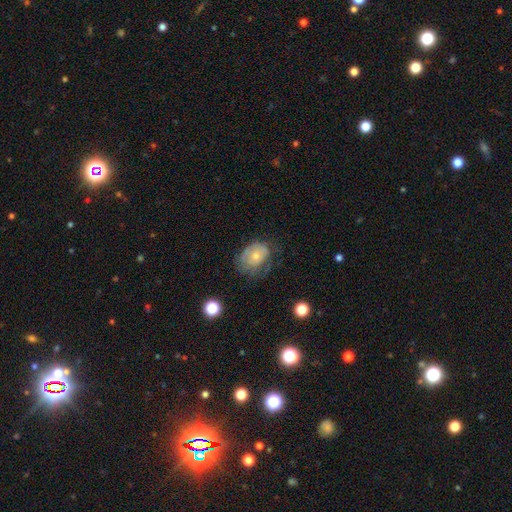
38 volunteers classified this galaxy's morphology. type=smooth (66%); roundness=in between (60%); merging=none (64%).